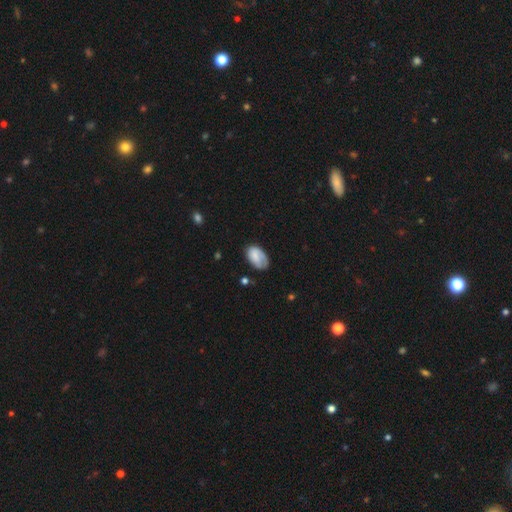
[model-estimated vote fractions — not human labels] smooth 73%, featured or disk 20%, star or artifact 7%. Down the decision tree: how rounded — in between (92%); merging — none (55%).